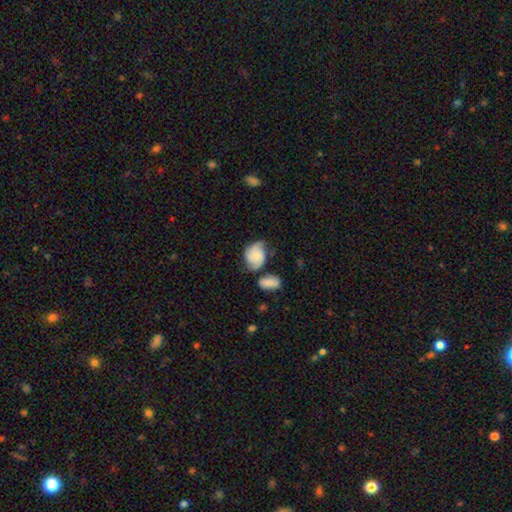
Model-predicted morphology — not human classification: This is possibly a featured or disk galaxy (59%). It is clearly not viewed edge-on (97%). Bar: likely no (73%). Spiral arm pattern: clearly yes (93%). Spiral arm count: likely 2 (63%). Spiral winding: marginally medium (41%). Central bulge: possibly small (56%). Merging: possibly none (52%).